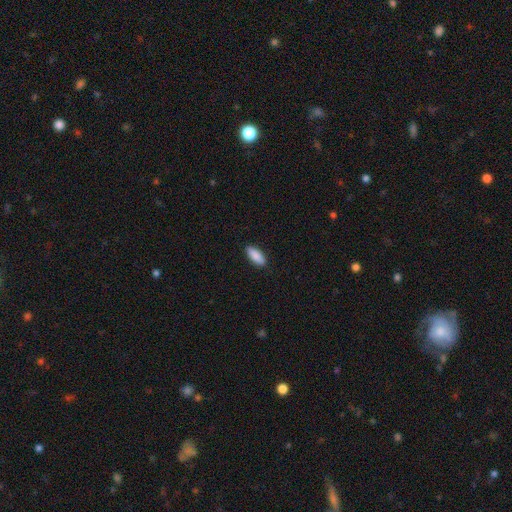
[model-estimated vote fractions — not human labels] Smooth or featured? Predicted: smooth (p=0.89). How rounded? Predicted: in between (p=0.80). Merging? Predicted: none (p=0.89).